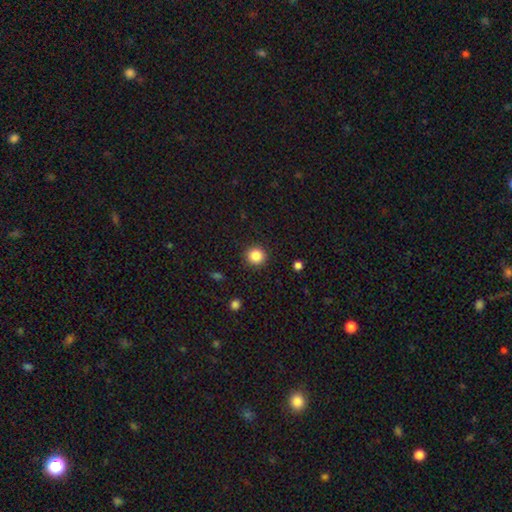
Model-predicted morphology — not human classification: Smooth or featured? smooth (86%)
How rounded? round (93%)
Merging? none (91%)